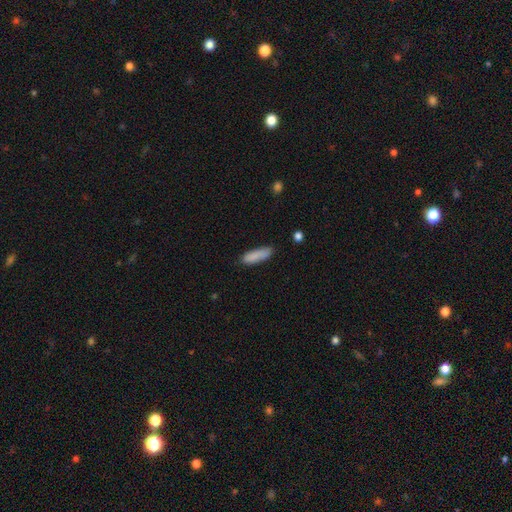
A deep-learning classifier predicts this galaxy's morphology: The model was most divided on "how rounded": cigar-shaped: 58%, in between: 41%, round: 2%. More confident: smooth or featured — smooth (87%); merging — none (80%).